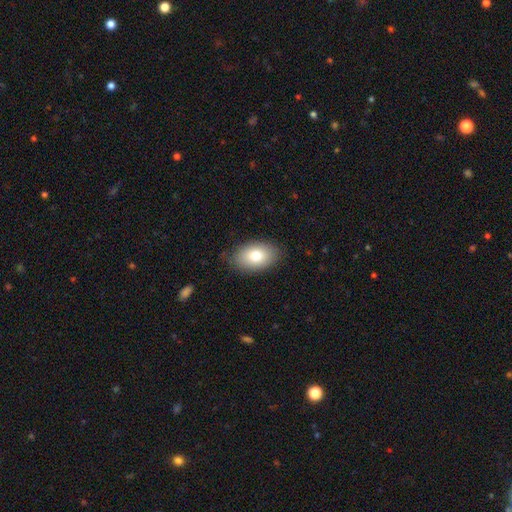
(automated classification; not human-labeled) This is likely a smooth galaxy (78%). How rounded: clearly in between (90%). Merging: clearly none (84%).